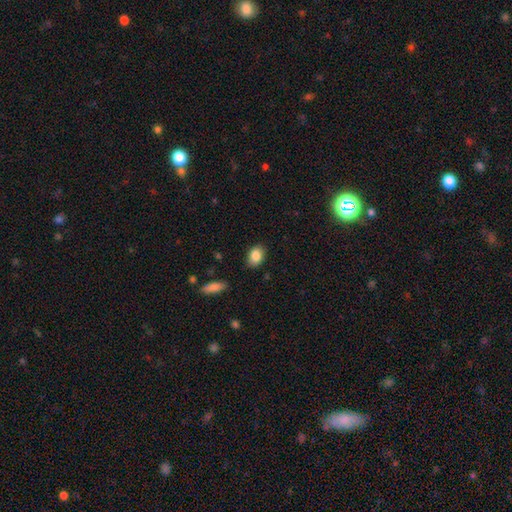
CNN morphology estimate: Smooth or featured?
  - smooth: 85% *
  - star or artifact: 8%
  - featured or disk: 7%
How rounded?
  - in between: 80% *
  - round: 18%
  - cigar-shaped: 1%
Merging?
  - none: 86% *
  - minor disturbance: 10%
  - major disturbance: 2%
  - merger: 1%